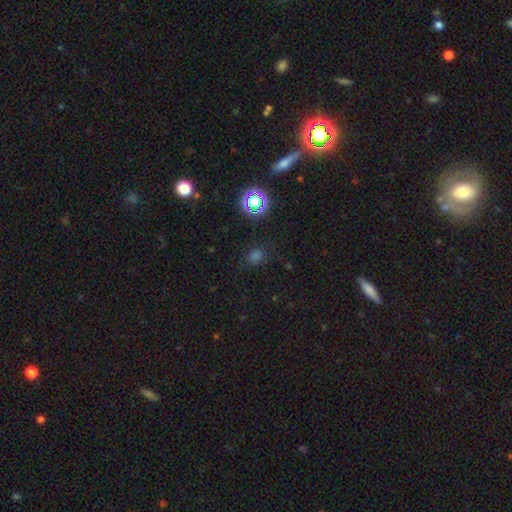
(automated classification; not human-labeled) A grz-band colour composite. It shows a smooth galaxy with no disk features (53%) that is round (73%). Merging: none (79%).